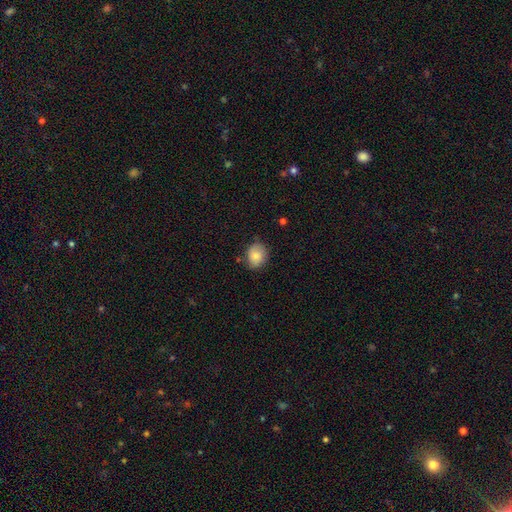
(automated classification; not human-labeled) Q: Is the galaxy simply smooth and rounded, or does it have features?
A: smooth — 78%.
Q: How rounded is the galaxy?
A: round — 54%.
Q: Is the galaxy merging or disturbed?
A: none — 73%.